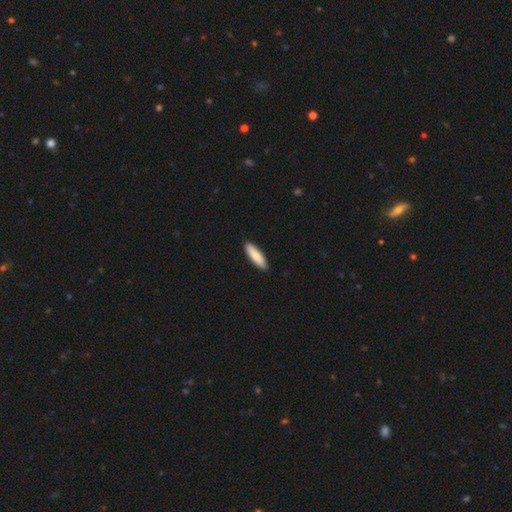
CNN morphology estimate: Q: Smooth or featured?
A: smooth (79%); runner-up: featured or disk (16%)
Q: How rounded?
A: cigar-shaped (61%); runner-up: in between (37%)
Q: Merging?
A: none (90%); runner-up: minor disturbance (7%)